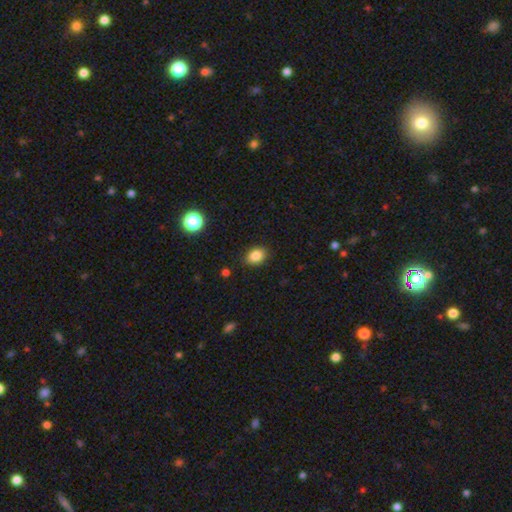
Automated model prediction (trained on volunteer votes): Smooth or featured? Predicted: smooth (p=0.84). How rounded? Predicted: in between (p=0.72). Merging? Predicted: none (p=0.87).